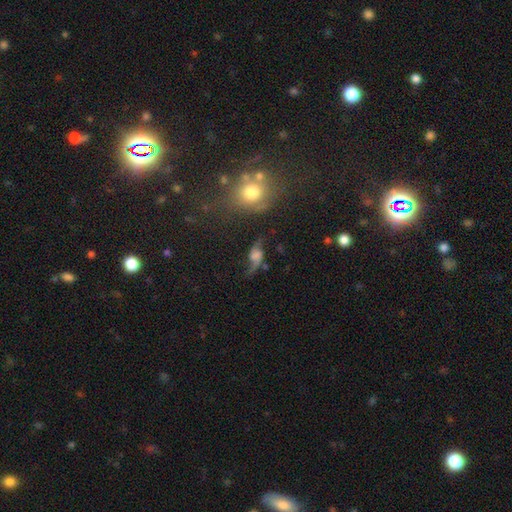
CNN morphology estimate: smooth_or_featured: featured or disk (p=0.73) [alt: smooth p=0.17]
disk_edge_on: no (p=0.93) [alt: yes p=0.07]
bar: no (p=0.56) [alt: weak p=0.35]
has_spiral_arms: yes (p=0.93) [alt: no p=0.07]
spiral_winding: loose (p=0.86) [alt: medium p=0.11]
spiral_arm_count: 2 (p=0.90) [alt: 1 p=0.05]
bulge_size: none (p=0.39) [alt: small p=0.20]
merging: none (p=0.58) [alt: minor disturbance p=0.20]